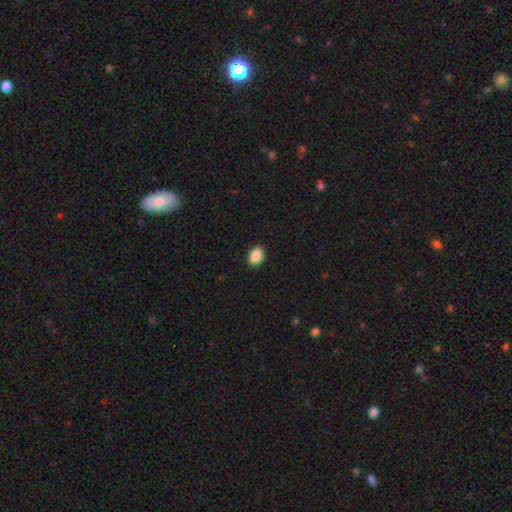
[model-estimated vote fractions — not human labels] smooth_or_featured: smooth (p=0.88) [alt: star or artifact p=0.08]
how_rounded: in between (p=0.70) [alt: round p=0.29]
merging: none (p=0.90) [alt: minor disturbance p=0.07]